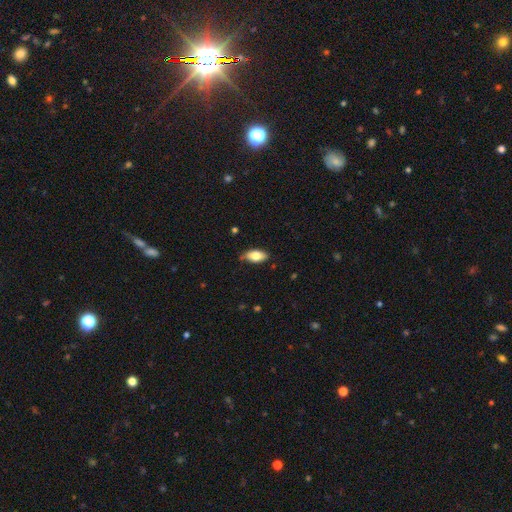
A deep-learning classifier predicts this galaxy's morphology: Smooth or featured? Predicted: smooth (p=0.76). How rounded? Predicted: in between (p=0.90). Merging? Predicted: none (p=0.77).